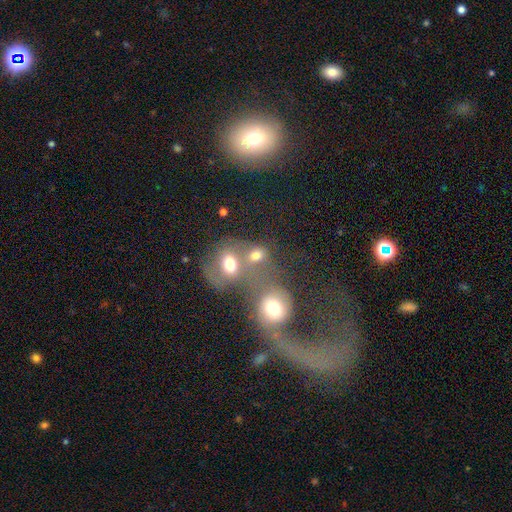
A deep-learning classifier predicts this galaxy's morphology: Smooth or featured?
  - smooth: 70% *
  - star or artifact: 15%
  - featured or disk: 14%
How rounded?
  - round: 60% *
  - in between: 38%
  - cigar-shaped: 2%
Merging?
  - merger: 53% *
  - none: 31%
  - major disturbance: 8%
  - minor disturbance: 8%